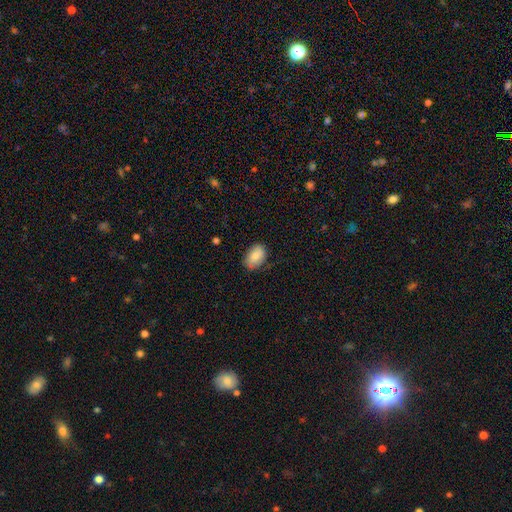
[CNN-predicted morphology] The model was most divided on "merging": none: 77%, minor disturbance: 18%, major disturbance: 4%, merger: 1%. More confident: how rounded — in between (89%); smooth or featured — smooth (86%).